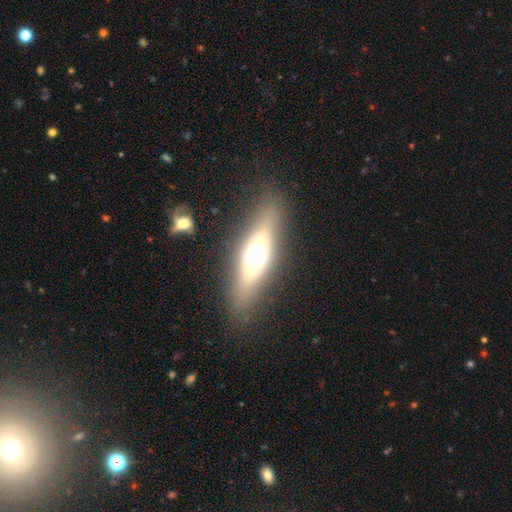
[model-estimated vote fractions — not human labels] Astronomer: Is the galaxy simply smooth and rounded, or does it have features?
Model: featured or disk — 47% (runner-up: smooth, 42%).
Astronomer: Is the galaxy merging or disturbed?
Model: none — 84%.